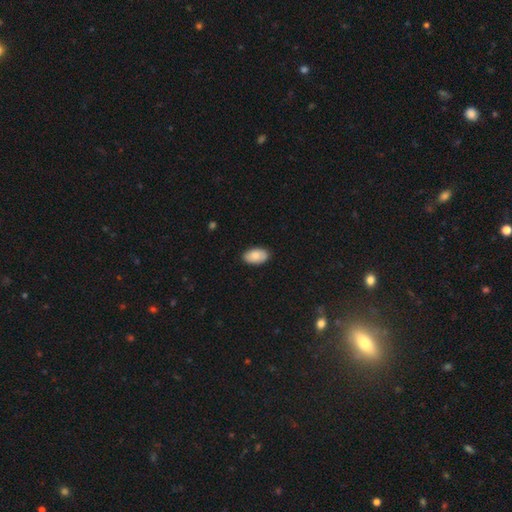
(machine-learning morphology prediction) A smooth galaxy with no disk features (83%) that is in between round and cigar-shaped (95%).

Vote fractions:
- Smooth or featured? smooth: 83% / featured or disk: 11% / star or artifact: 6%
- How rounded? in between: 95% / round: 4% / cigar-shaped: 1%
- Merging? none: 88% / minor disturbance: 10% / major disturbance: 2% / merger: 1%